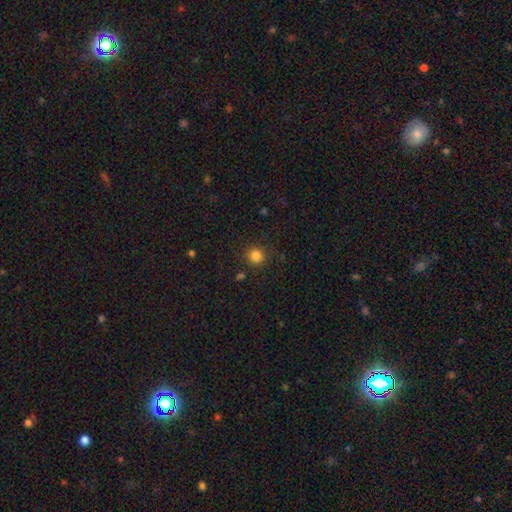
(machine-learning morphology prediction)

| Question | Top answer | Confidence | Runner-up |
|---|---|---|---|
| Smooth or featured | smooth | 83% | star or artifact (13%) |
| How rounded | round | 92% | in between (7%) |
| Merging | none | 88% | minor disturbance (7%) |